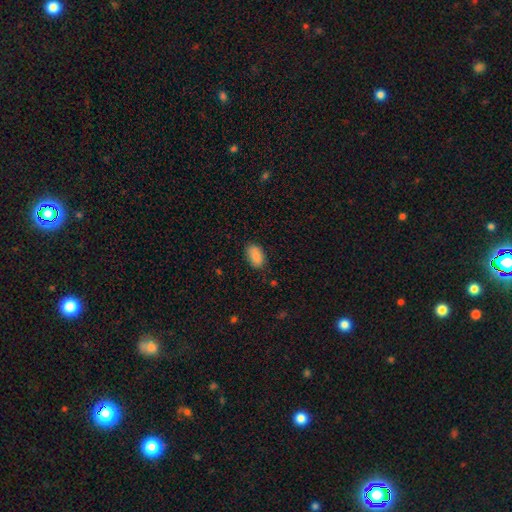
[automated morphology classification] A smooth galaxy with no disk features (87%) that is in between round and cigar-shaped (92%).

Vote fractions:
- Smooth or featured? smooth: 87% / star or artifact: 7% / featured or disk: 5%
- How rounded? in between: 92% / round: 7% / cigar-shaped: 2%
- Merging? none: 83% / minor disturbance: 13% / major disturbance: 3% / merger: 1%